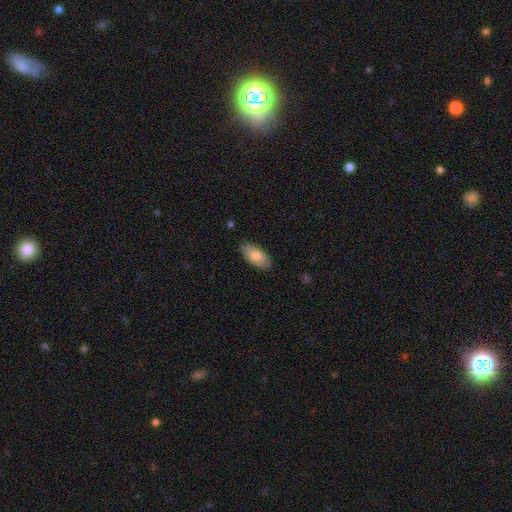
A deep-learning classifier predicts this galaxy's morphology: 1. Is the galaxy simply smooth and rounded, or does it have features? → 81% smooth, 13% featured or disk, 6% star or artifact.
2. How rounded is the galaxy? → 91% in between, 7% cigar-shaped, 2% round.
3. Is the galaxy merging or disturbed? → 86% none, 11% minor disturbance, 2% major disturbance, 1% merger.